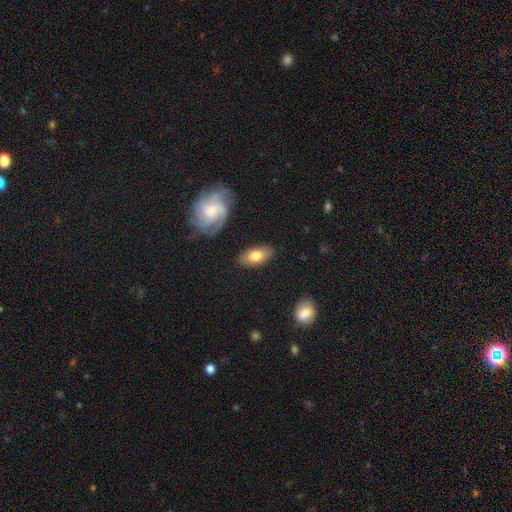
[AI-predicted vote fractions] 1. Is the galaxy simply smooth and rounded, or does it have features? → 71% smooth, 23% featured or disk, 6% star or artifact.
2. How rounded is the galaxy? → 90% in between, 7% cigar-shaped, 4% round.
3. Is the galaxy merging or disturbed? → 84% none, 11% minor disturbance, 3% major disturbance, 2% merger.